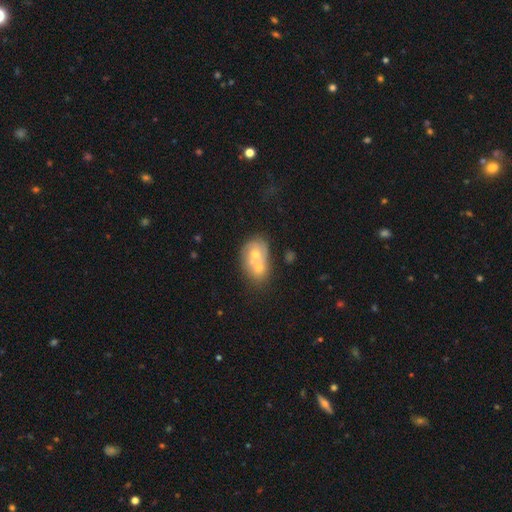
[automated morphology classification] Smooth or featured?
  - smooth: 54% *
  - featured or disk: 37%
  - star or artifact: 8%
How rounded?
  - in between: 60% *
  - round: 39%
  - cigar-shaped: 1%
Merging?
  - merger: 71% *
  - none: 18%
  - minor disturbance: 7%
  - major disturbance: 4%